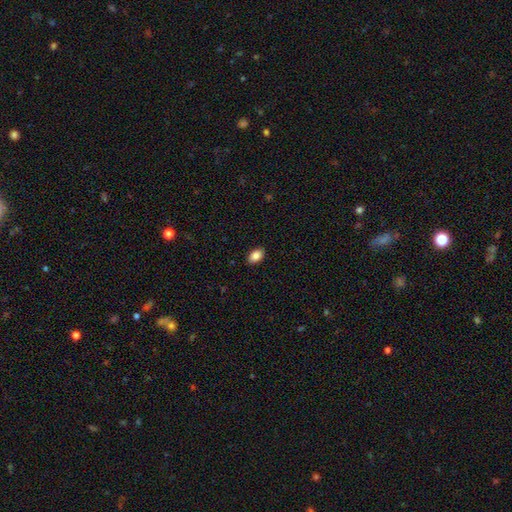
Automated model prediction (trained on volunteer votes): Smooth or featured: smooth — 86% (star or artifact — 8%)
How rounded: in between — 89% (round — 9%)
Merging: none — 89% (minor disturbance — 8%)